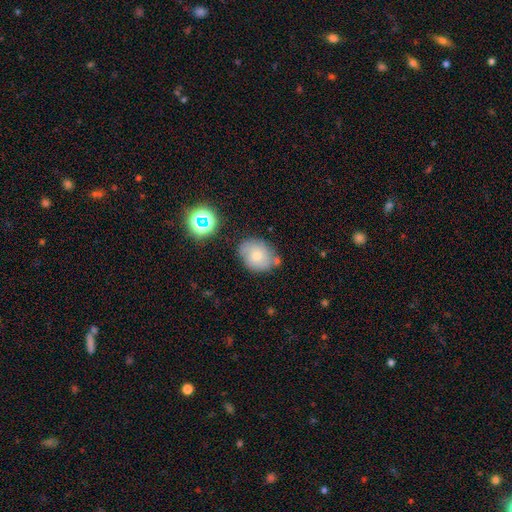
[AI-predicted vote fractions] Smooth or featured?
  - smooth: 67% *
  - featured or disk: 21%
  - star or artifact: 12%
How rounded?
  - round: 51% *
  - in between: 48%
  - cigar-shaped: 1%
Merging?
  - none: 65% *
  - minor disturbance: 21%
  - merger: 9%
  - major disturbance: 5%